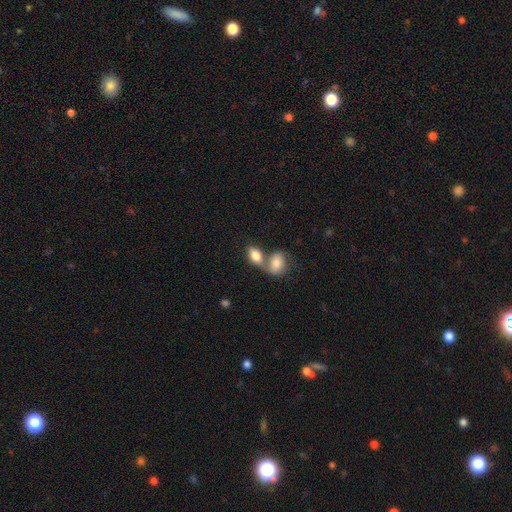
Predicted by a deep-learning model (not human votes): The model was most divided on "merging": merger: 65%, none: 23%, minor disturbance: 8%, major disturbance: 4%. More confident: how rounded — in between (87%); smooth or featured — smooth (82%).